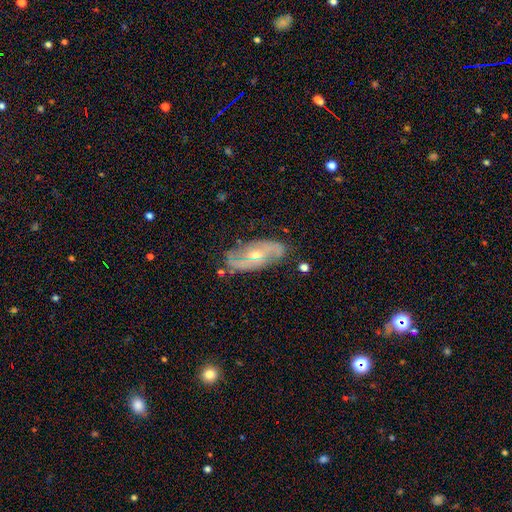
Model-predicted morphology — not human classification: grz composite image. It shows a featured or disk galaxy (78%) with no bar (42%), 2 (66%) medium (39%) spiral arms (80%) and a small central bulge (50%). Merging: none (75%).